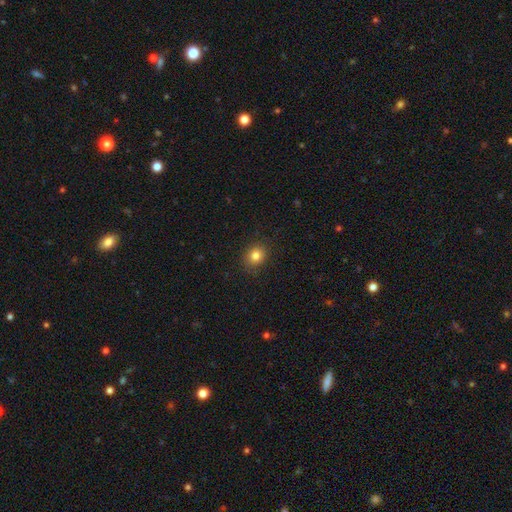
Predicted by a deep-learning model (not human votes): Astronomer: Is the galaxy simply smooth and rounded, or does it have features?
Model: smooth — 82%.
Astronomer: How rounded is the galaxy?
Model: round — 73%.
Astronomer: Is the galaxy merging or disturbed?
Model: none — 88%.